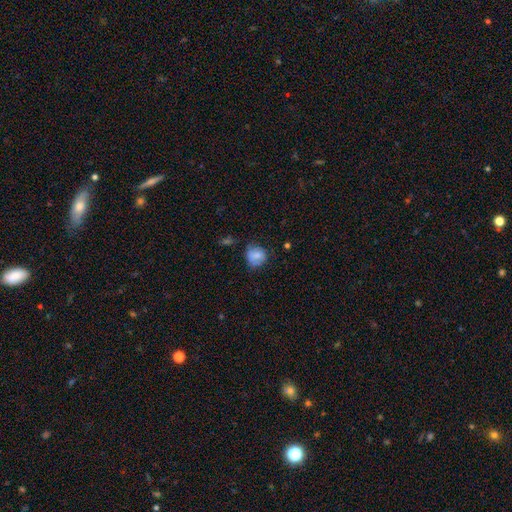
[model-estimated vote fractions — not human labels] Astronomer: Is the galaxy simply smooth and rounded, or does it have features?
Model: smooth — 76%.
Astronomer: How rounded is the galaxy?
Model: round — 72%.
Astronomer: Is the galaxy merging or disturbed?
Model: none — 58%.